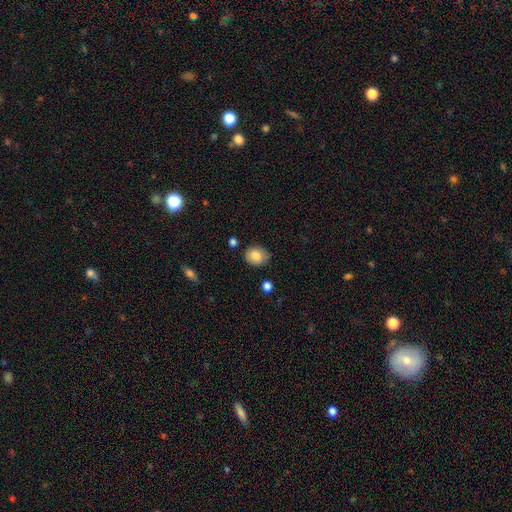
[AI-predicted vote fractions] This is clearly a smooth galaxy (84%). How rounded: possibly round (60%). Merging: likely none (76%).